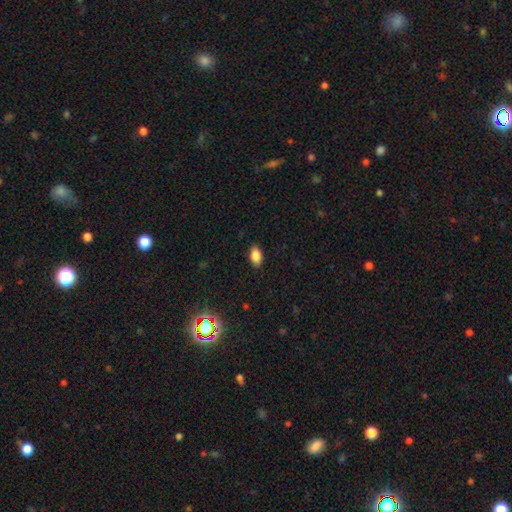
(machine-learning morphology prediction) Smooth or featured: smooth — 86% (star or artifact — 9%)
How rounded: in between — 92% (round — 6%)
Merging: none — 87% (minor disturbance — 10%)